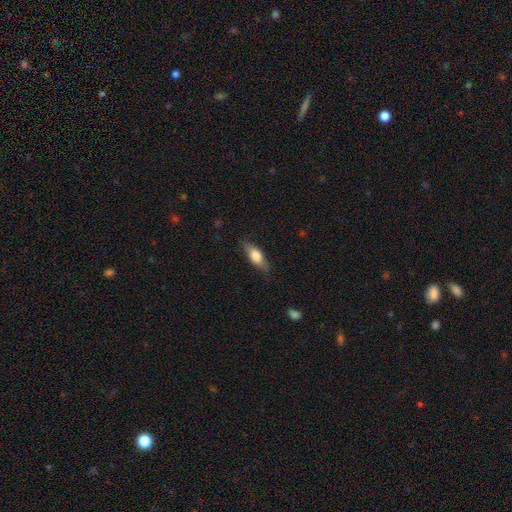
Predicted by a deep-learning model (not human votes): A smooth galaxy with no disk features (71%) that is in between round and cigar-shaped (69%). Merging: none (78%).